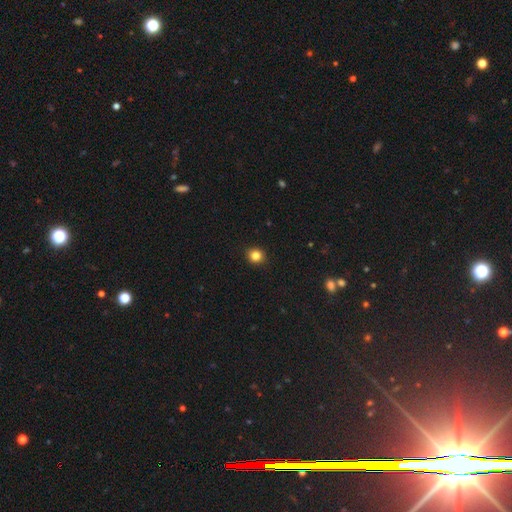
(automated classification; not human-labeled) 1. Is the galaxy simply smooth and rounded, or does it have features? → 84% smooth, 12% star or artifact, 4% featured or disk.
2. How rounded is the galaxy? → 86% round, 13% in between, 1% cigar-shaped.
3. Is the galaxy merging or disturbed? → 92% none, 6% minor disturbance, 2% major disturbance, 1% merger.